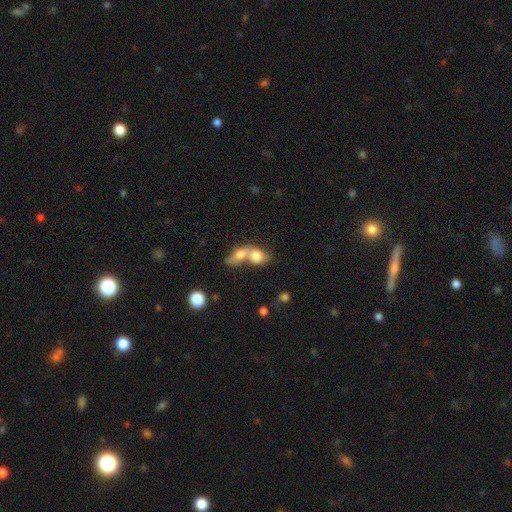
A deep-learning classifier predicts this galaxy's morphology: type=smooth (74%); roundness=in between (63%); merging=merger (77%).